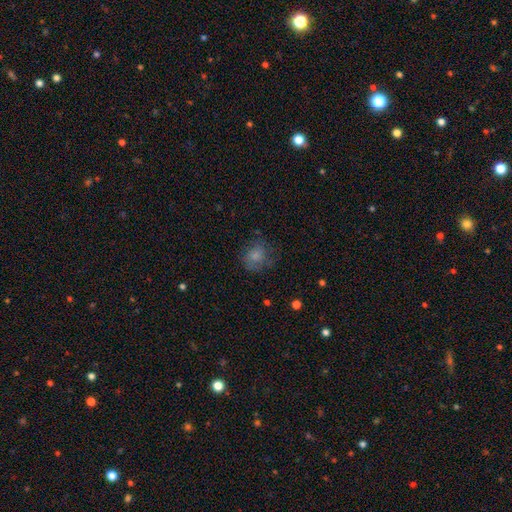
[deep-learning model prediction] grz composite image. It shows a smooth galaxy with no disk features (77%) that is round (74%). Merging: none (65%).